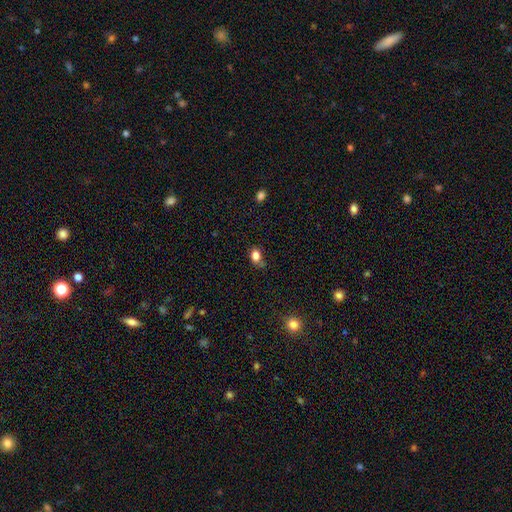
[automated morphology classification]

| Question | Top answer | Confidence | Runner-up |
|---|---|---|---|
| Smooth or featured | smooth | 82% | star or artifact (12%) |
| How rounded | in between | 68% | round (31%) |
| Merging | none | 63% | minor disturbance (25%) |